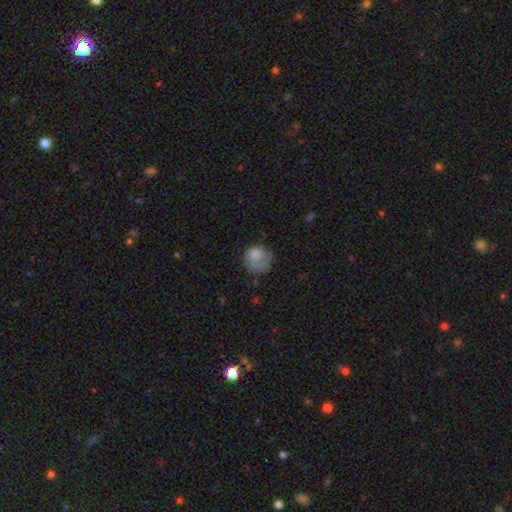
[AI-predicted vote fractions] A smooth galaxy with no disk features (77%) that is round (81%). Merging: none (50%).